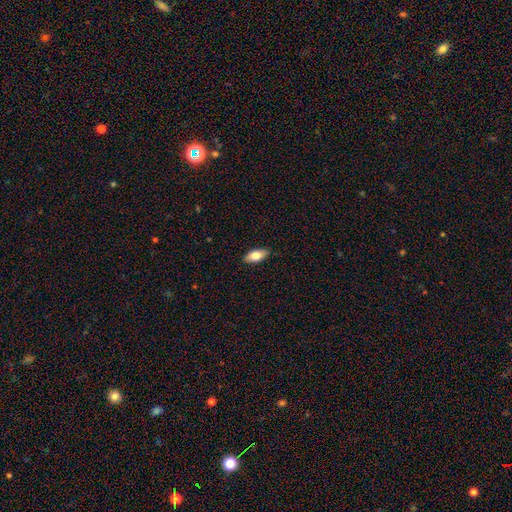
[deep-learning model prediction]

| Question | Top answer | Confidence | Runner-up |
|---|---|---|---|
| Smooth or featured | smooth | 77% | featured or disk (16%) |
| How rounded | in between | 86% | cigar-shaped (12%) |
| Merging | none | 87% | minor disturbance (10%) |